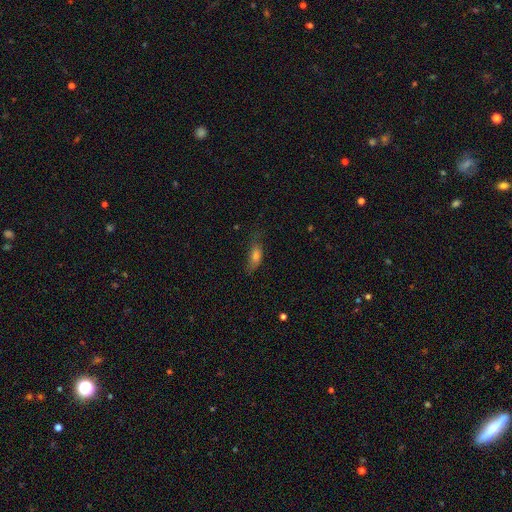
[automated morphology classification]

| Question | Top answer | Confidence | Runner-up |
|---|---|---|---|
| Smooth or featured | smooth | 71% | featured or disk (18%) |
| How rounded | in between | 68% | cigar-shaped (28%) |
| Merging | none | 57% | minor disturbance (28%) |